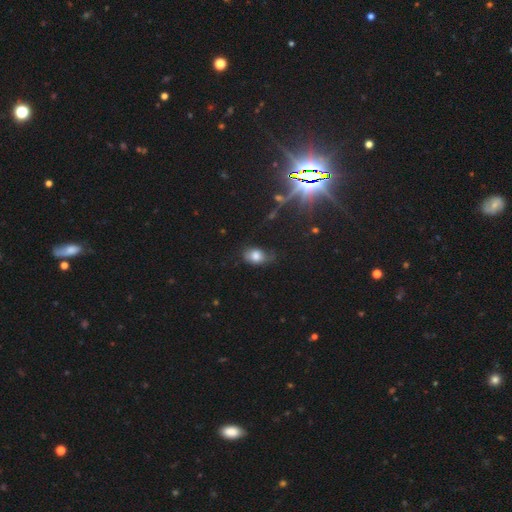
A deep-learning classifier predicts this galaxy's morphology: The model was most divided on "merging": none: 53%, minor disturbance: 34%, major disturbance: 11%, merger: 2%. More confident: how rounded — in between (78%); smooth or featured — smooth (71%).